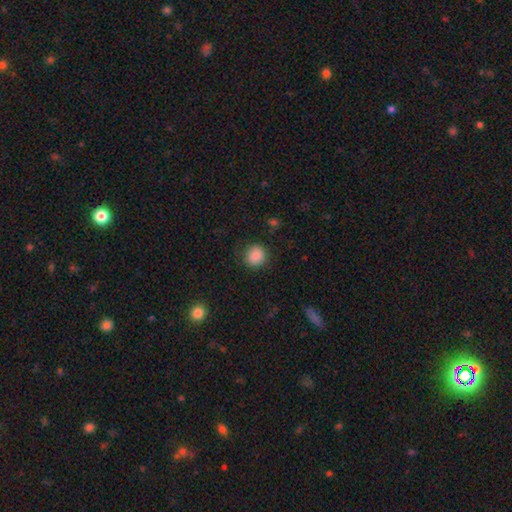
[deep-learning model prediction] The model was most divided on "smooth or featured": smooth: 87%, star or artifact: 10%, featured or disk: 4%. More confident: how rounded — round (90%); merging — none (88%).